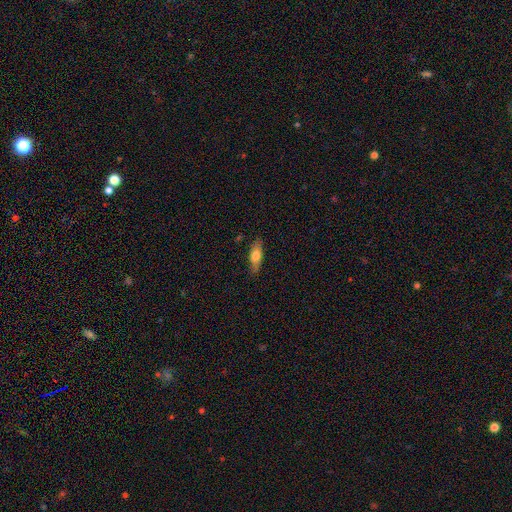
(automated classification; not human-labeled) Smooth or featured? Predicted: smooth (p=0.65). How rounded? Predicted: in between (p=0.59). Merging? Predicted: none (p=0.81).